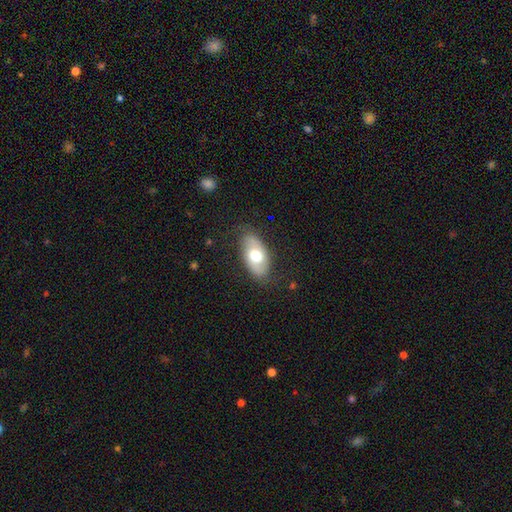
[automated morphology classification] This is possibly a smooth galaxy (55%). How rounded: clearly in between (92%). Merging: likely none (77%).